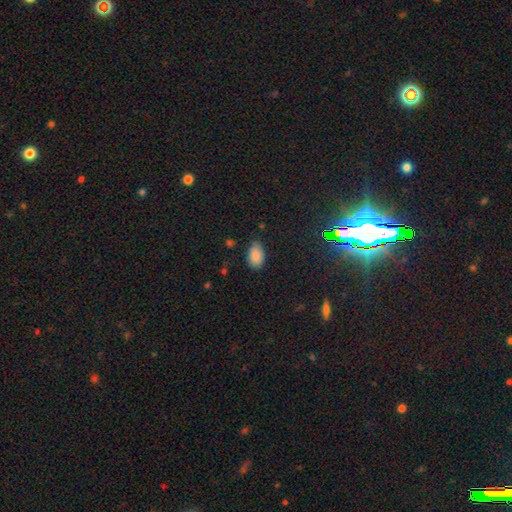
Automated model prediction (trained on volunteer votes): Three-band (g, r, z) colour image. It shows a smooth galaxy with no disk features (85%) that is in between round and cigar-shaped (91%). Merging: none (71%).